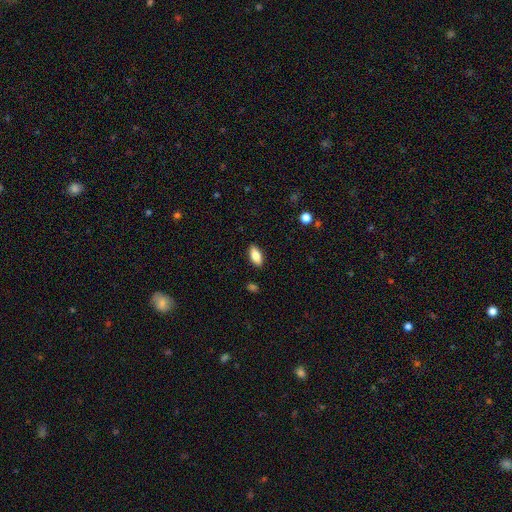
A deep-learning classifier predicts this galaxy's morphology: A smooth galaxy with no disk features (83%) that is in between round and cigar-shaped (88%). Merging: none (88%).